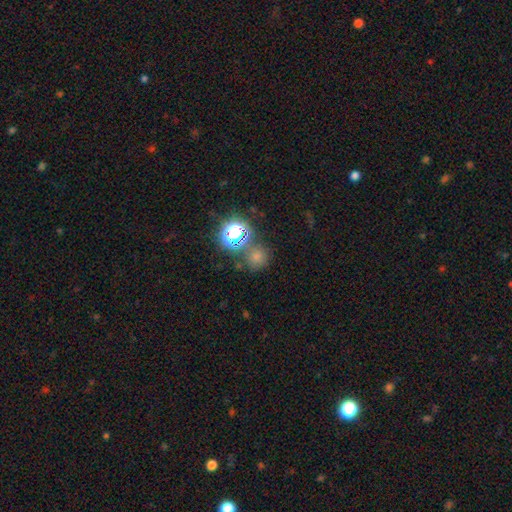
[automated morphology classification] Smooth or featured? smooth (62%)
How rounded? round (87%)
Merging? none (69%)